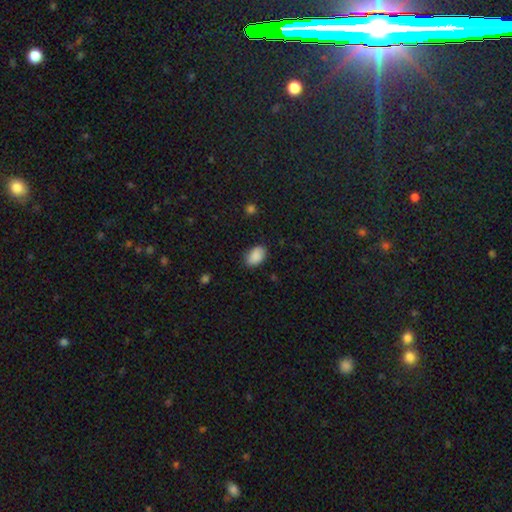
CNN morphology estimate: smooth_or_featured: smooth (p=0.88) [alt: star or artifact p=0.07]
how_rounded: in between (p=0.88) [alt: round p=0.11]
merging: none (p=0.80) [alt: minor disturbance p=0.16]